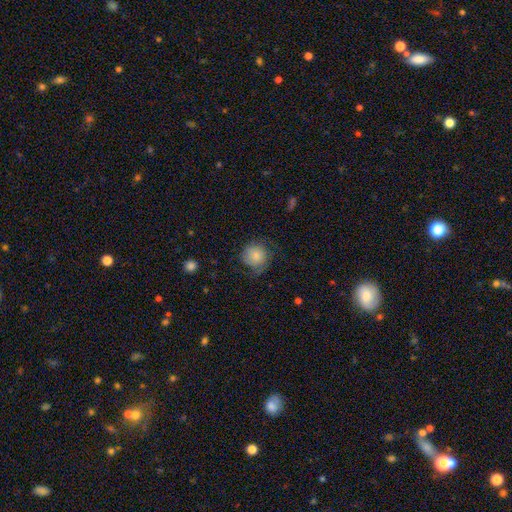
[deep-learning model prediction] A smooth galaxy with no disk features (80%) that is round (88%). Merging: none (57%).